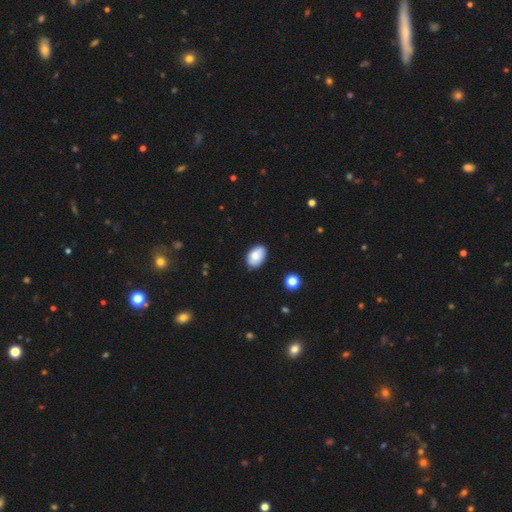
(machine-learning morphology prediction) Overall: smooth (81%). How rounded: in between (88%). Merging: none (79%).